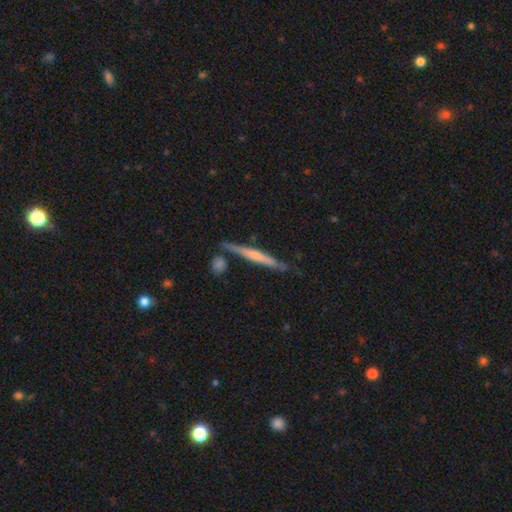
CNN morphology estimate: This is possibly a featured or disk galaxy (52%). It is clearly viewed edge-on (96%). Edge-on bulge: possibly none (51%). Merging: likely none (78%).